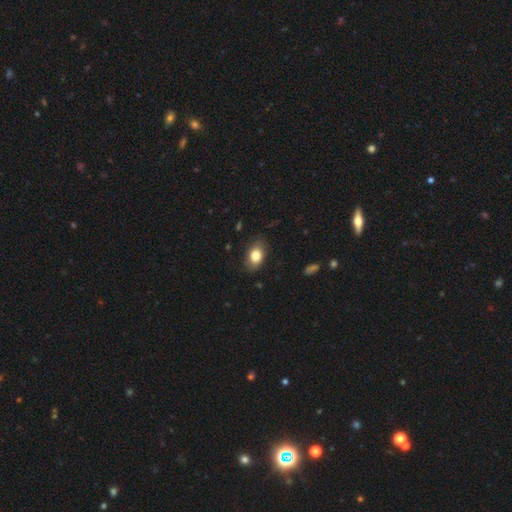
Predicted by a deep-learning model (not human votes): The model was most divided on "merging": none: 80%, minor disturbance: 15%, major disturbance: 3%, merger: 1%. More confident: how rounded — in between (82%); smooth or featured — smooth (81%).